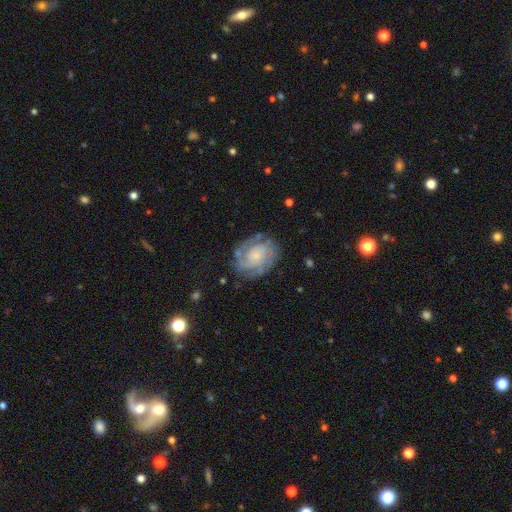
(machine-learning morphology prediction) A featured or disk galaxy (77%) with no bar (74%), 2 (34%) tight (57%) spiral arms (90%) and a small central bulge (65%). Merging: none (69%).